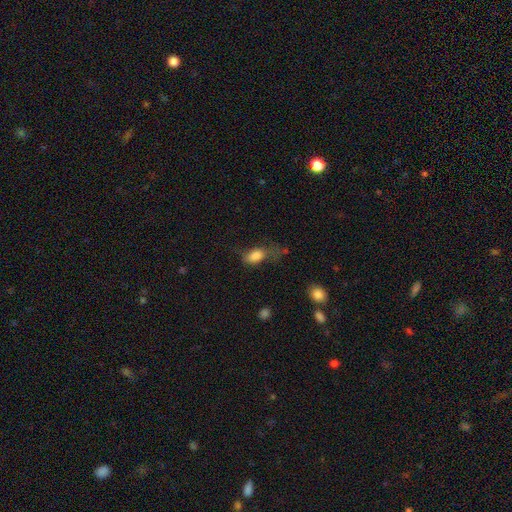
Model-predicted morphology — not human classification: smooth_or_featured: smooth (p=0.80) [alt: featured or disk p=0.10]
how_rounded: in between (p=0.85) [alt: round p=0.10]
merging: none (p=0.33) [tied with: major disturbance p=0.33]